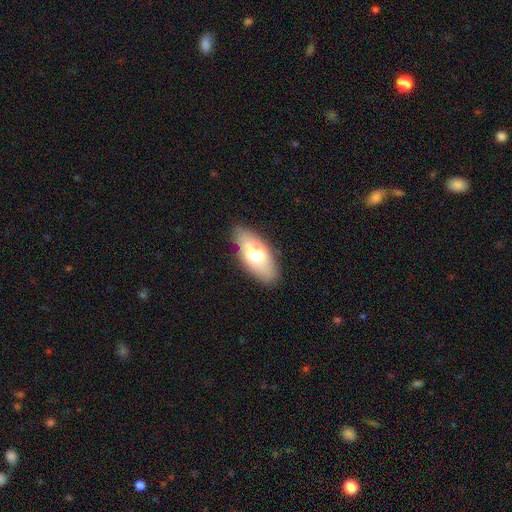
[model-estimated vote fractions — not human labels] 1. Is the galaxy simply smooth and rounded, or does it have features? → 61% smooth, 31% featured or disk, 9% star or artifact.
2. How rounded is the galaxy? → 87% in between, 8% cigar-shaped, 5% round.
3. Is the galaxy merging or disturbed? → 72% none, 14% minor disturbance, 8% merger, 5% major disturbance.